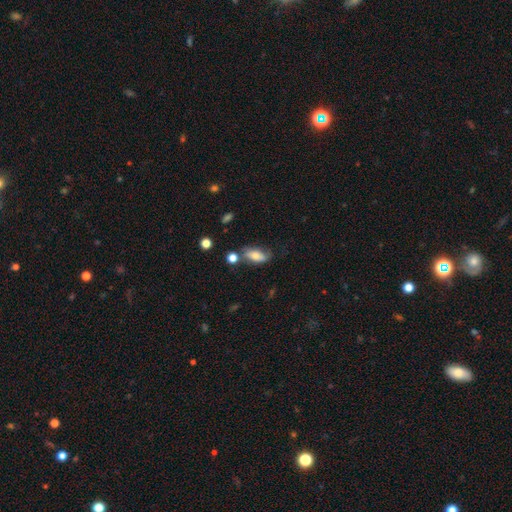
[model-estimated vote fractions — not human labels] This is likely a smooth galaxy (66%). How rounded: clearly in between (83%). Merging: possibly none (54%).